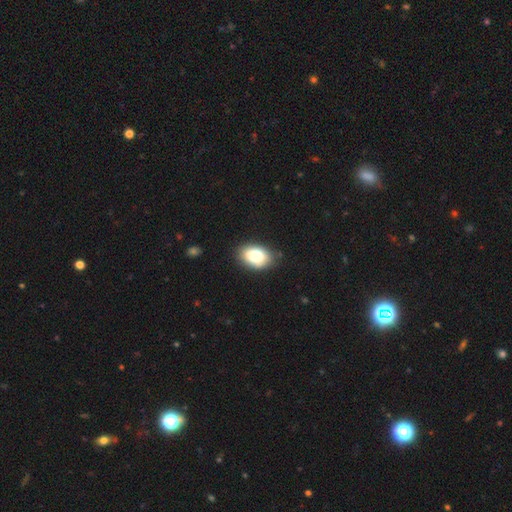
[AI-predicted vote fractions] smooth-or-featured: smooth: 80% | featured or disk: 12% | star or artifact: 8%
  how-rounded: in between: 88% | round: 11% | cigar-shaped: 1%
  merging: none: 84% | minor disturbance: 12% | major disturbance: 3% | merger: 1%